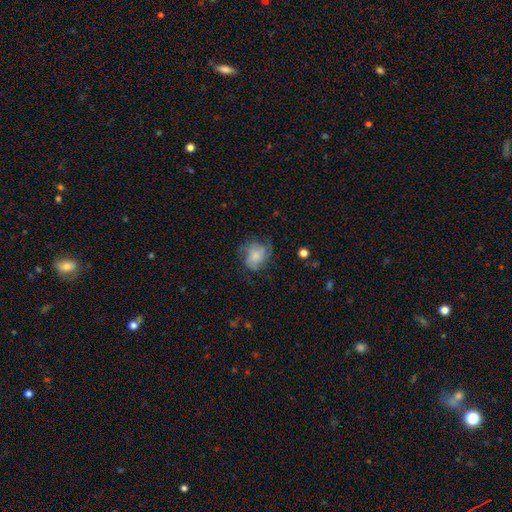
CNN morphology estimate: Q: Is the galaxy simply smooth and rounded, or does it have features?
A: featured or disk — 46%.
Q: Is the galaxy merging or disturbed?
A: none — 56%.